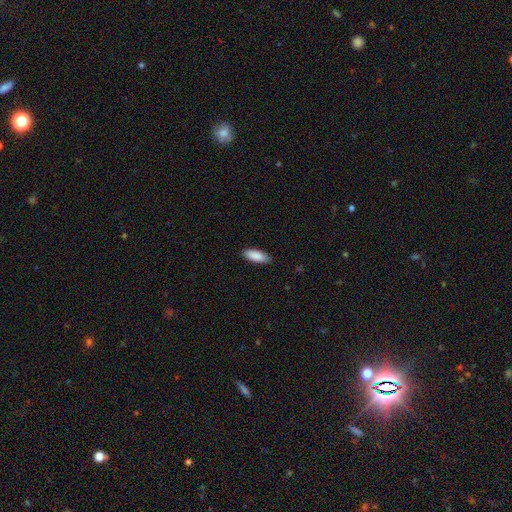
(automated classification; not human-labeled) A smooth galaxy with no disk features (89%) that is in between round and cigar-shaped (73%). Merging: none (87%).